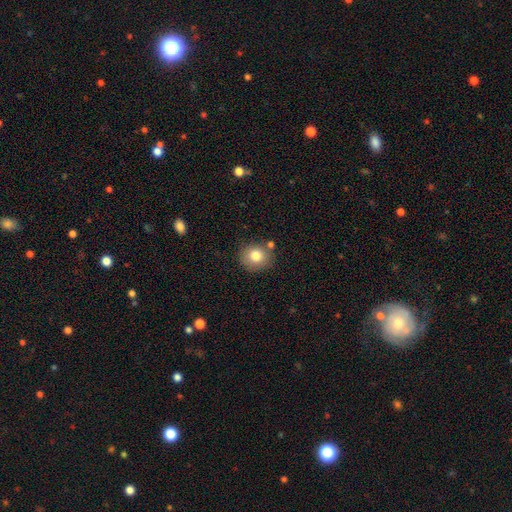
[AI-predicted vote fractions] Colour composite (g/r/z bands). It shows a smooth galaxy with no disk features (79%) that is round (83%). Merging: none (78%).